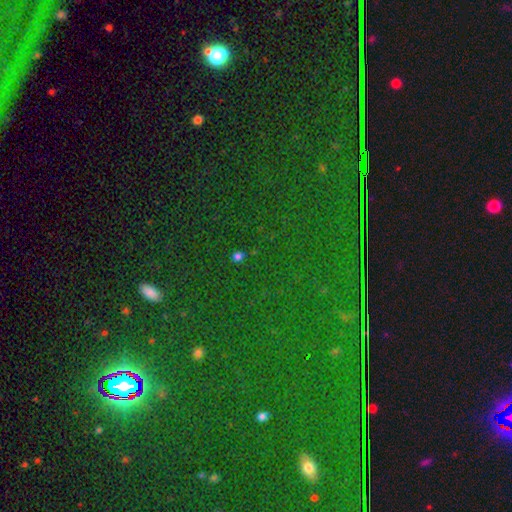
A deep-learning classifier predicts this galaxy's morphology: The model was most divided on "smooth or featured": star or artifact: 83%, smooth: 10%, featured or disk: 7%.